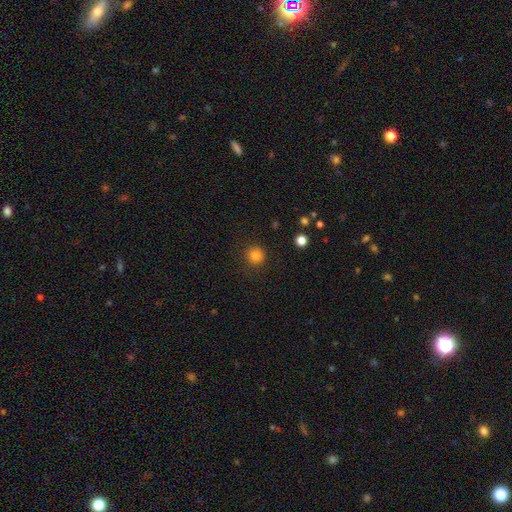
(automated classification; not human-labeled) A smooth galaxy with no disk features (83%) that is round (94%).

Vote fractions:
- Smooth or featured? smooth: 83% / star or artifact: 12% / featured or disk: 5%
- How rounded? round: 94% / in between: 5% / cigar-shaped: 1%
- Merging? none: 89% / minor disturbance: 7% / major disturbance: 3% / merger: 1%